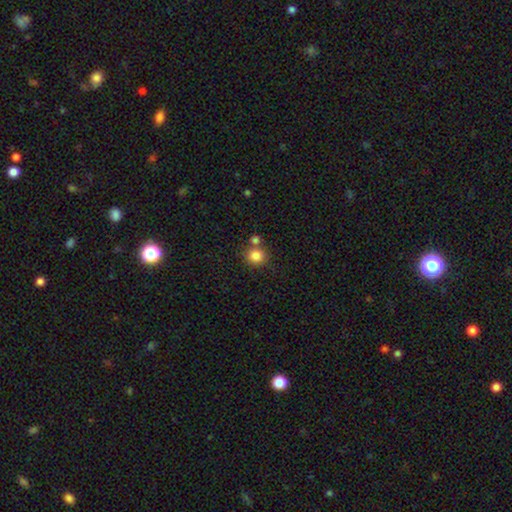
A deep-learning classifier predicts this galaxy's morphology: This appears to be a smooth galaxy with no disk features (84%) that is round (87%). Merging: none (65%).